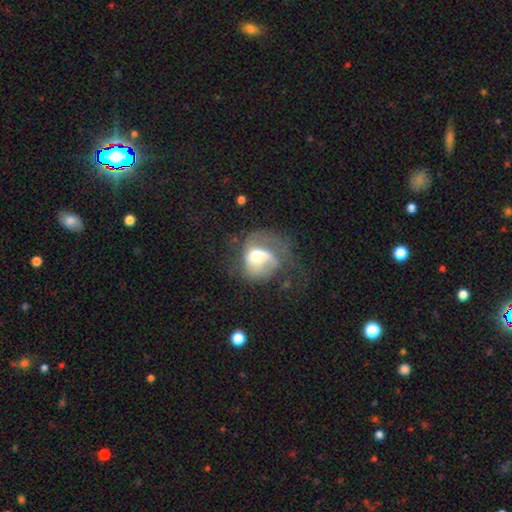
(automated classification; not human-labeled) Morphology: type=featured or disk (56%); edge-on=no (97%); bar=no (58%); spiral arms=yes (64%); bulge=moderate (57%); merging=major disturbance (49%).